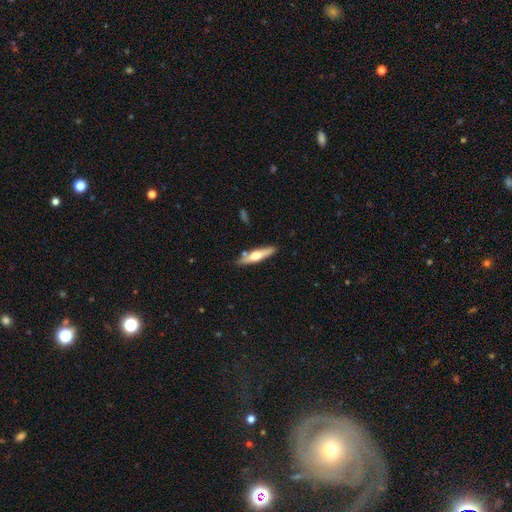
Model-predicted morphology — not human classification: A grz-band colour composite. It shows a featured or disk galaxy (51%) viewed edge-on (92%). Merging: none (83%).